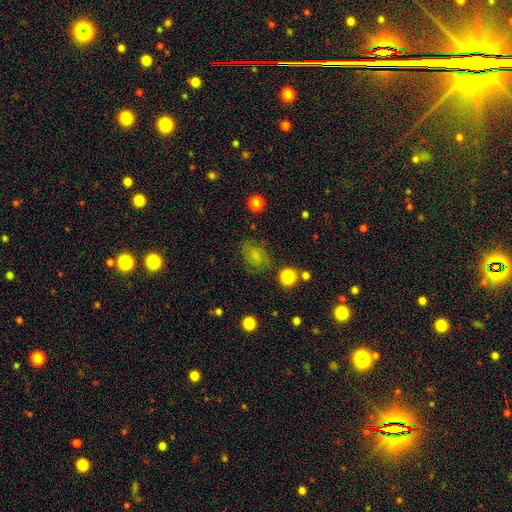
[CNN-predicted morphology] Smooth or featured: smooth — 73% (star or artifact — 15%)
How rounded: in between — 69% (round — 29%)
Merging: none — 69% (minor disturbance — 20%)